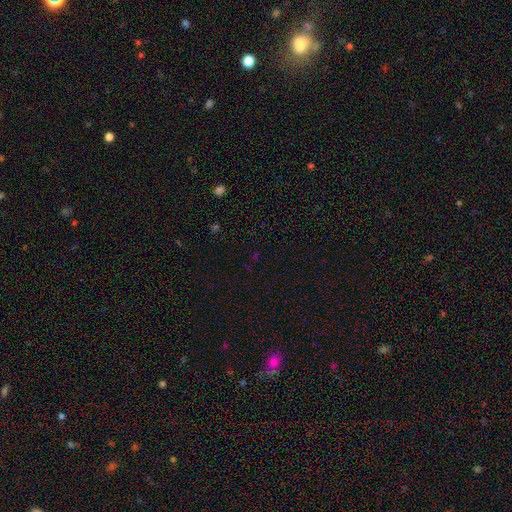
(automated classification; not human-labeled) This is likely a star or artifact rather than a galaxy (64%).